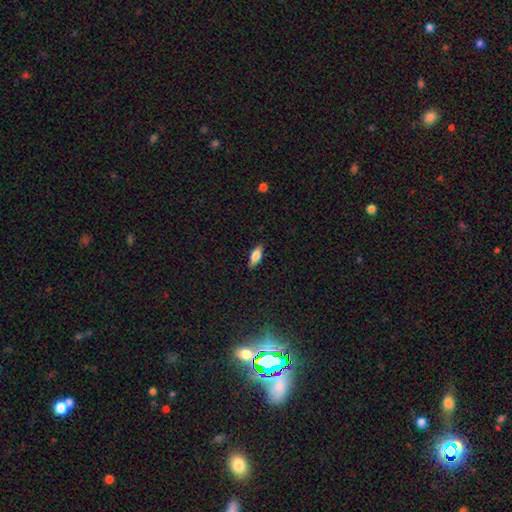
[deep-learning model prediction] smooth 73%, featured or disk 20%, star or artifact 7%. Down the decision tree: how rounded — in between (72%); merging — none (87%).